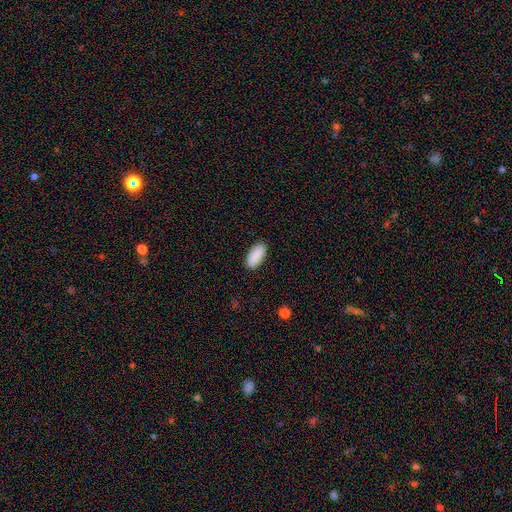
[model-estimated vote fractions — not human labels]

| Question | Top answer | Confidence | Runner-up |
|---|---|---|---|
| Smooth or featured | smooth | 90% | star or artifact (6%) |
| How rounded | in between | 91% | cigar-shaped (7%) |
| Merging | none | 89% | minor disturbance (8%) |